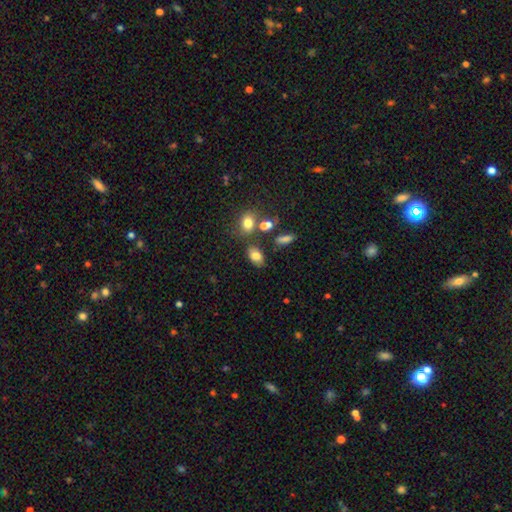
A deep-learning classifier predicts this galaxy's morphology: Smooth or featured? smooth (78%)
How rounded? in between (83%)
Merging? none (69%)